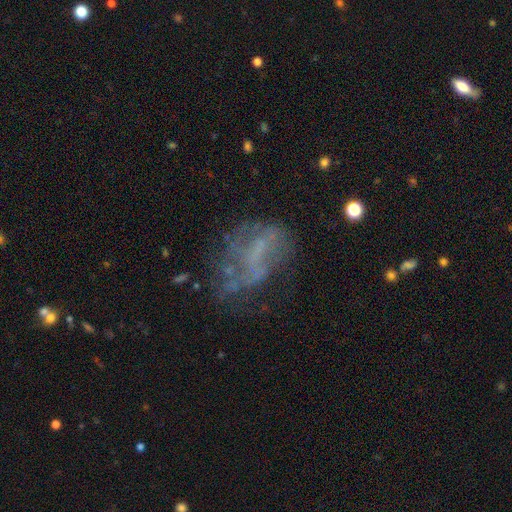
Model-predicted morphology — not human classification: A featured or disk galaxy (55%) with no bar (69%), no spiral arms (75%) and no central bulge (70%). Merging: none (40%).